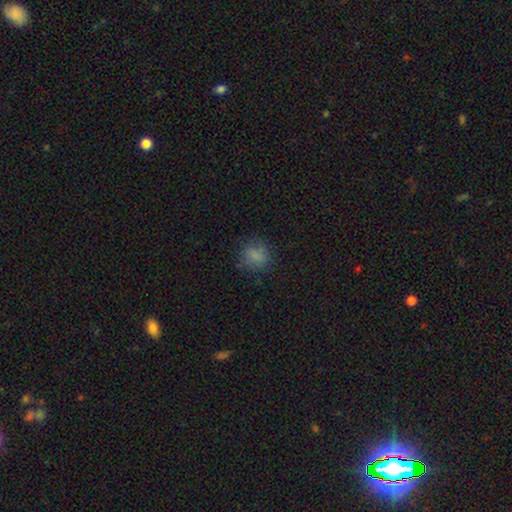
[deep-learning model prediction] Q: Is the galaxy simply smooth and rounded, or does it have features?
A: smooth — 78%.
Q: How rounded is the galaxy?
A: round — 75%.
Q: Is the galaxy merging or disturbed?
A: none — 75%.